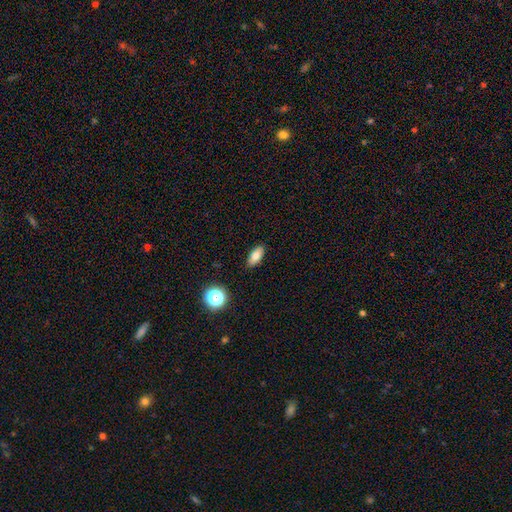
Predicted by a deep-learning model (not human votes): A smooth galaxy with no disk features (77%) that is in between round and cigar-shaped (82%).

Vote fractions:
- Smooth or featured? smooth: 77% / featured or disk: 13% / star or artifact: 10%
- How rounded? in between: 82% / cigar-shaped: 13% / round: 5%
- Merging? none: 89% / minor disturbance: 8% / major disturbance: 2% / merger: 1%